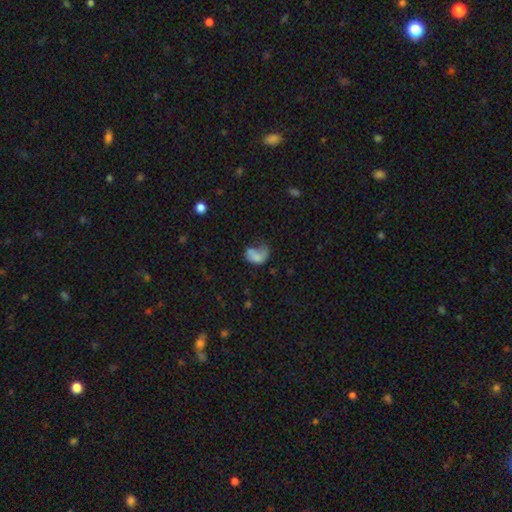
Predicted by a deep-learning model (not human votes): This appears to be a smooth galaxy with no disk features (59%) that is in between round and cigar-shaped (76%). Merging: major disturbance (46%).